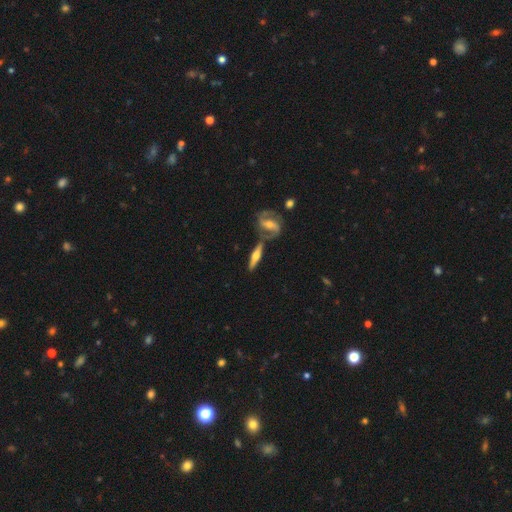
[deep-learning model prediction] Overall: featured or disk (66%; smooth 29%). Edge-on disk: yes (83%). Edge-on bulge: rounded (89%). Merging: none (63%).